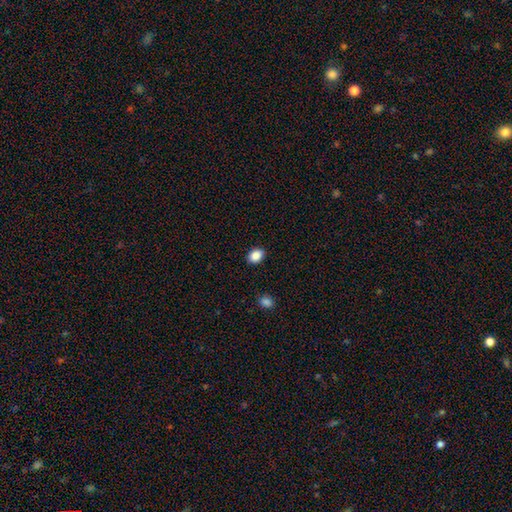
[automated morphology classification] This is clearly a smooth galaxy (88%). How rounded: likely in between (74%). Merging: clearly none (89%).